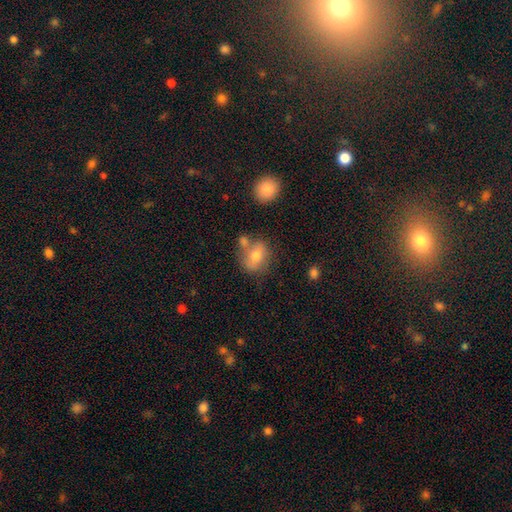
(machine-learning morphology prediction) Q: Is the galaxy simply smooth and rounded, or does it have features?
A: smooth — 67%.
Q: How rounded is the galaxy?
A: round — 57%.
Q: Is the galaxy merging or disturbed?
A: none — 56%.